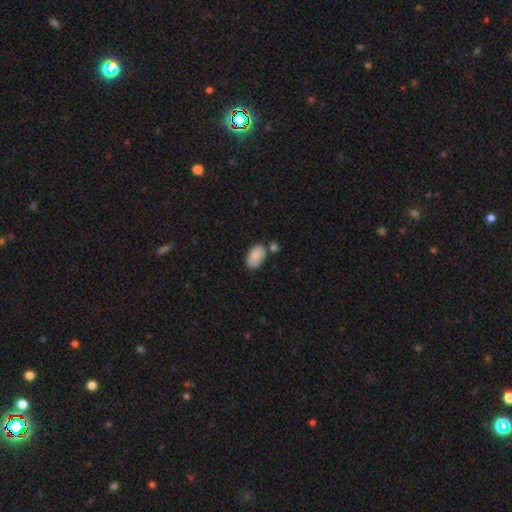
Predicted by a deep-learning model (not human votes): smooth-or-featured: smooth: 85% | featured or disk: 8% | star or artifact: 7%
  how-rounded: in between: 92% | round: 6% | cigar-shaped: 1%
  merging: none: 60% | minor disturbance: 18% | merger: 17% | major disturbance: 4%